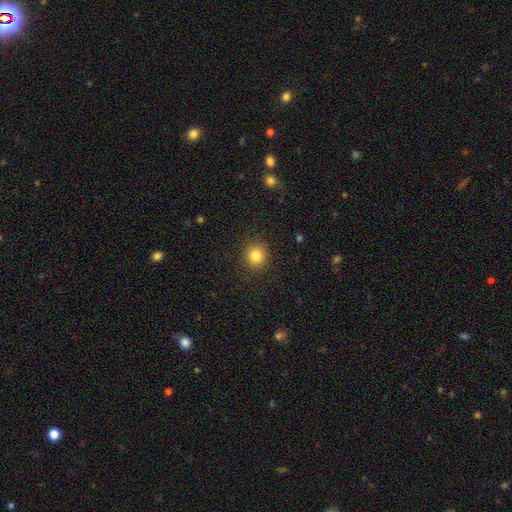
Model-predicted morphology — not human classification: Overall: smooth (83%). How rounded: round (86%). Merging: none (89%).